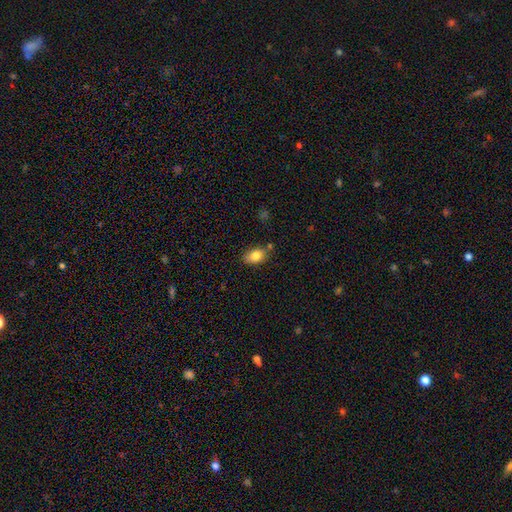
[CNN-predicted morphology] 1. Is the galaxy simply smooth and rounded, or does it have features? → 83% smooth, 9% featured or disk, 8% star or artifact.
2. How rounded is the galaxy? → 86% in between, 13% round, 2% cigar-shaped.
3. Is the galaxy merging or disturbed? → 71% none, 18% minor disturbance, 7% merger, 4% major disturbance.